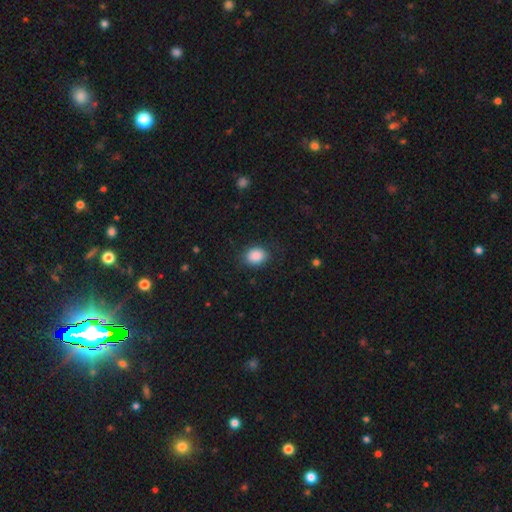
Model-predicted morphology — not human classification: Smooth or featured?
  - smooth: 88% *
  - star or artifact: 8%
  - featured or disk: 4%
How rounded?
  - in between: 54% *
  - round: 45%
  - cigar-shaped: 1%
Merging?
  - none: 83% *
  - minor disturbance: 12%
  - major disturbance: 4%
  - merger: 1%